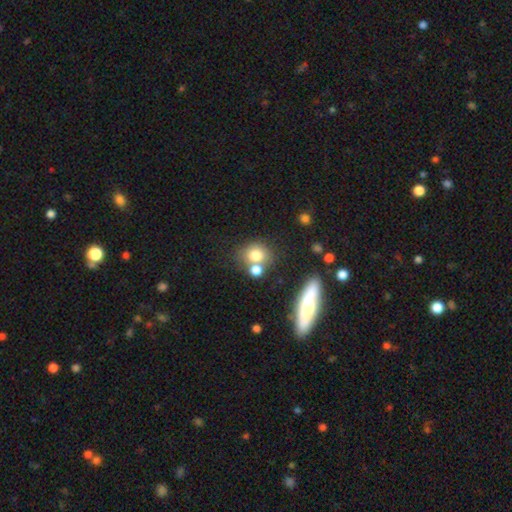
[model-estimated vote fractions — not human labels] Q: Smooth or featured?
A: smooth (76%); runner-up: star or artifact (12%)
Q: How rounded?
A: round (72%); runner-up: in between (26%)
Q: Merging?
A: none (54%); runner-up: merger (30%)